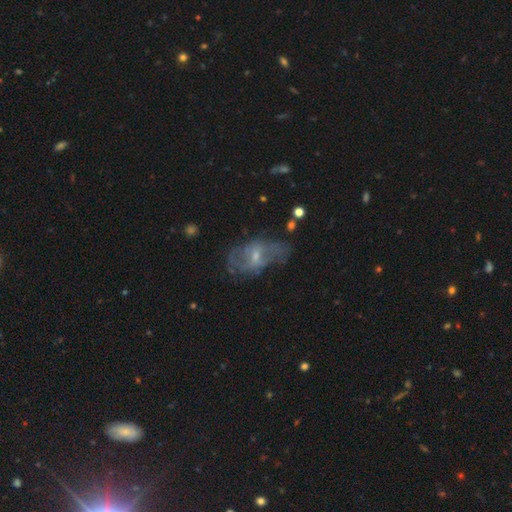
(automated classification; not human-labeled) Q: Smooth or featured?
A: featured or disk (61%); runner-up: smooth (28%)
Q: Edge-on disk?
A: no (92%); runner-up: yes (8%)
Q: Bar?
A: weak (45%); runner-up: no (43%)
Q: Spiral arms?
A: yes (53%); runner-up: no (47%)
Q: Bulge size?
A: small (58%); runner-up: moderate (32%)
Q: Merging?
A: none (49%); runner-up: minor disturbance (25%)